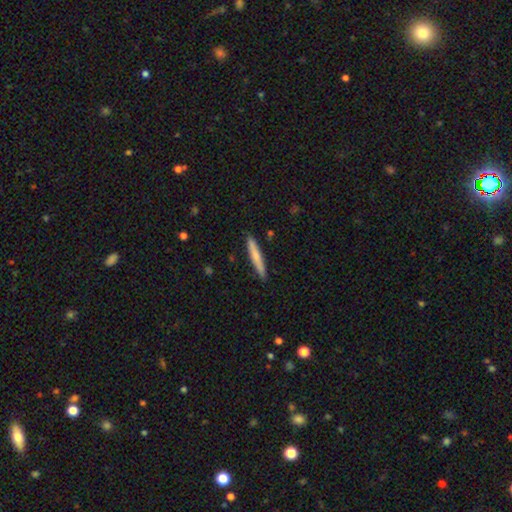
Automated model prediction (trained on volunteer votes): Q: Smooth or featured?
A: smooth (69%); runner-up: featured or disk (26%)
Q: How rounded?
A: cigar-shaped (95%); runner-up: in between (4%)
Q: Merging?
A: none (90%); runner-up: minor disturbance (7%)